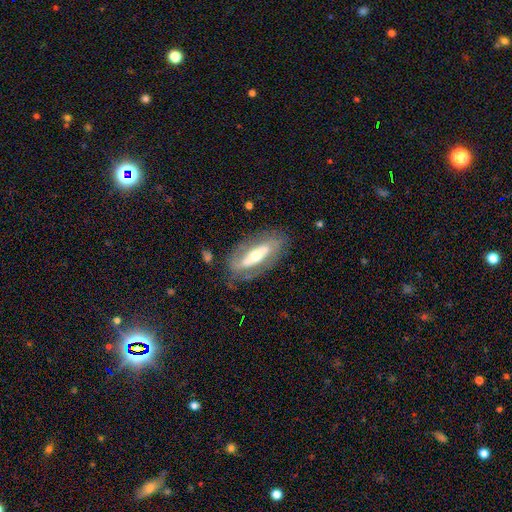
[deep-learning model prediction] Overall: featured or disk (67%). Edge-on disk: no (78%). Bar: no (41%; strong 40%). Spiral arms: no (51%; yes 49%). Bulge size: moderate (59%; small 29%). Merging: none (74%).